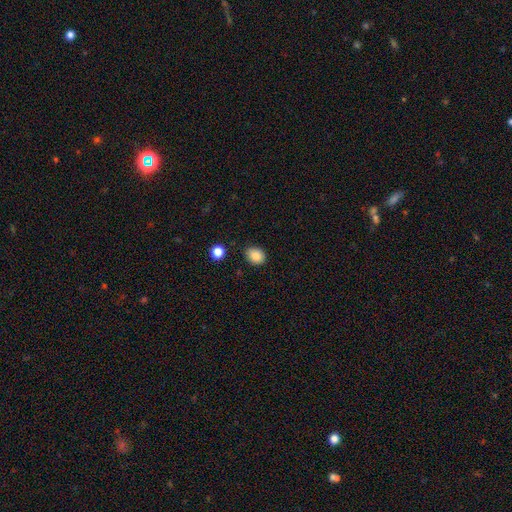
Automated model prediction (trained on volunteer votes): Smooth or featured? Predicted: smooth (p=0.85). How rounded? Predicted: round (p=0.50). Merging? Predicted: none (p=0.85).